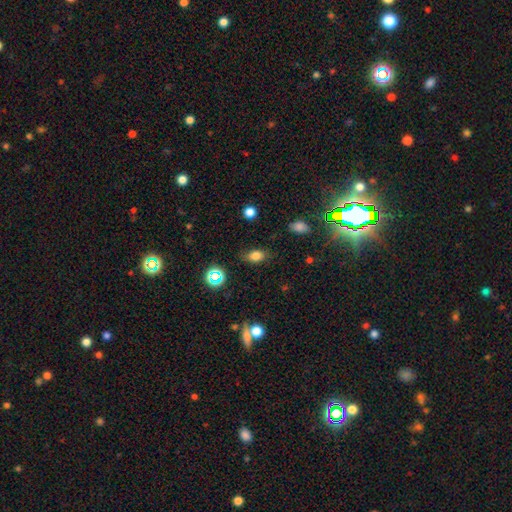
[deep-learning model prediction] Smooth or featured? smooth (79%)
How rounded? in between (80%)
Merging? none (79%)